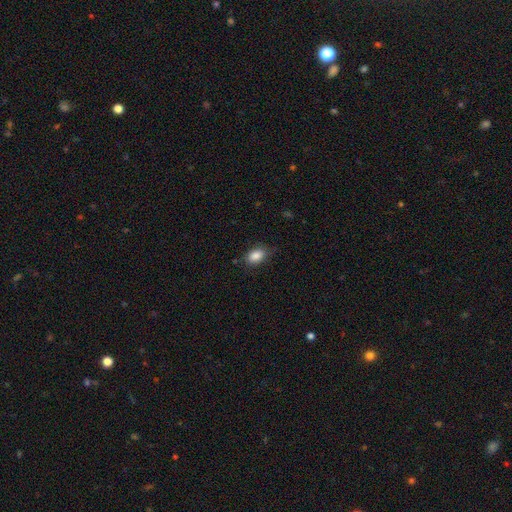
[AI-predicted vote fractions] Smooth or featured?
  - smooth: 86% *
  - star or artifact: 8%
  - featured or disk: 6%
How rounded?
  - in between: 84% *
  - round: 14%
  - cigar-shaped: 2%
Merging?
  - none: 73% *
  - minor disturbance: 21%
  - major disturbance: 5%
  - merger: 1%